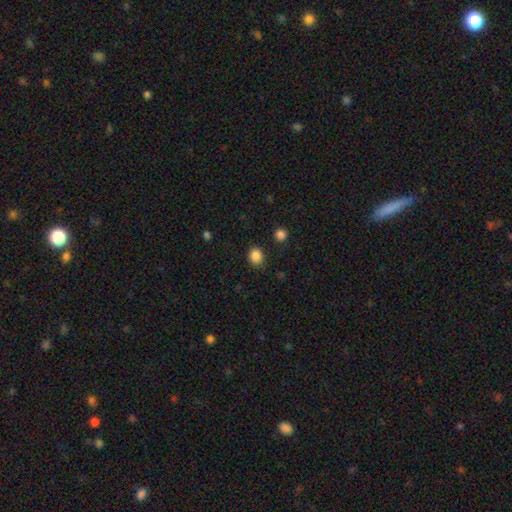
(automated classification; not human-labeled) Smooth or featured?
  - smooth: 86% *
  - star or artifact: 11%
  - featured or disk: 3%
How rounded?
  - round: 67% *
  - in between: 32%
  - cigar-shaped: 1%
Merging?
  - none: 85% *
  - minor disturbance: 10%
  - major disturbance: 3%
  - merger: 2%